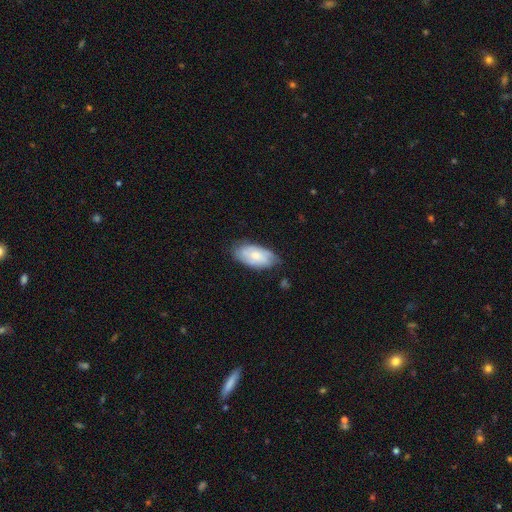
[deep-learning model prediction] This is possibly a smooth galaxy (50%). Merging: likely none (71%).